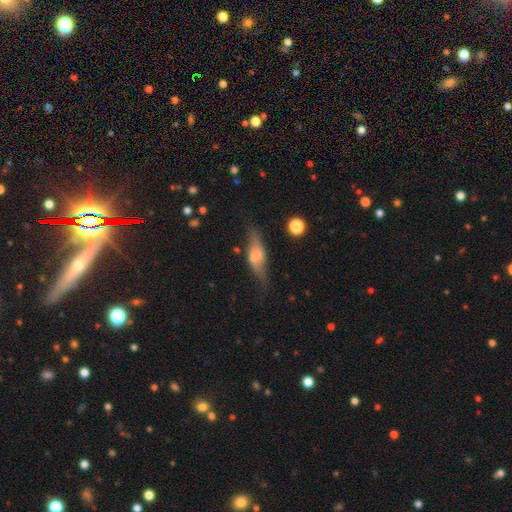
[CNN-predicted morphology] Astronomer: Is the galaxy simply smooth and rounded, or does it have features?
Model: featured or disk — 49% (runner-up: smooth, 43%).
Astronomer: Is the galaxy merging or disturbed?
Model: none — 59%.